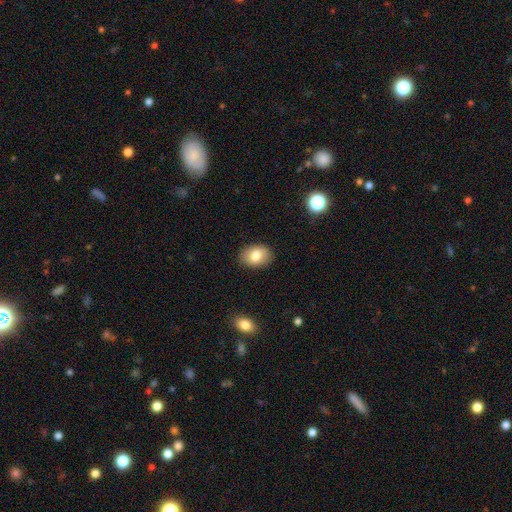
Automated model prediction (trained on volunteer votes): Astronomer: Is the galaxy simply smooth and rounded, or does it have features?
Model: smooth — 79%.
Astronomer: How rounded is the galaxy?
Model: in between — 76%.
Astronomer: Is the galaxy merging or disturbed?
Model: none — 87%.